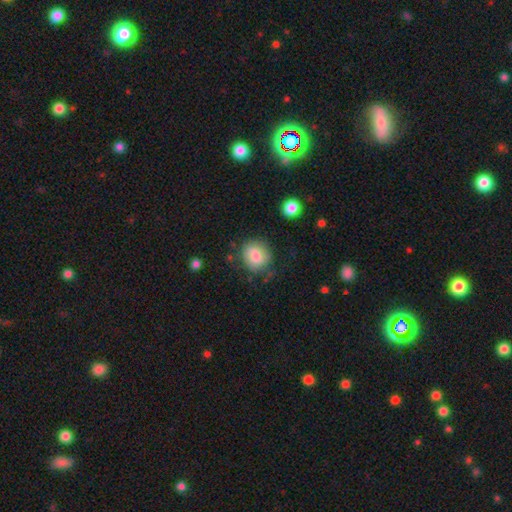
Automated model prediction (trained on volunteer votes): A smooth galaxy with no disk features (78%) that is round (78%).

Vote fractions:
- Smooth or featured? smooth: 78% / featured or disk: 15% / star or artifact: 8%
- How rounded? round: 78% / in between: 21% / cigar-shaped: 1%
- Merging? none: 76% / minor disturbance: 16% / major disturbance: 5% / merger: 2%